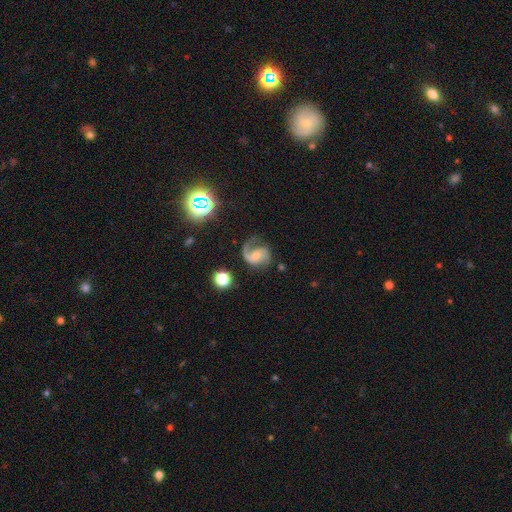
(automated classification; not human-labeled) Smooth or featured: featured or disk — 84% (smooth — 9%)
Edge-on disk: no — 98% (yes — 2%)
Bar: no — 57% (weak — 34%)
Spiral arms: yes — 97% (no — 3%)
Spiral winding: medium — 51% (loose — 34%)
Spiral arm count: 2 — 67% (1 — 27%)
Bulge size: small — 54% (moderate — 34%)
Merging: none — 61% (minor disturbance — 20%)